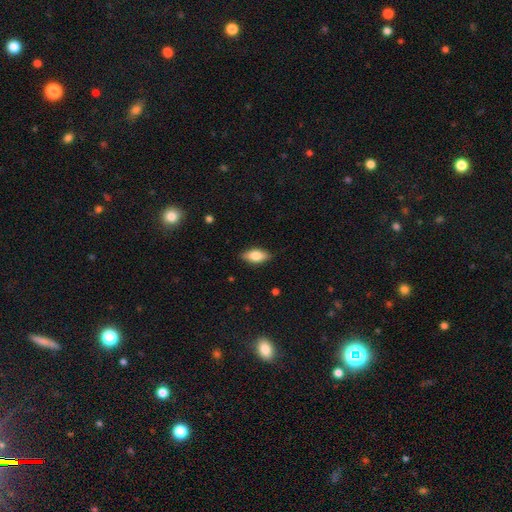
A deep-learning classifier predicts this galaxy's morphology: The model was most divided on "smooth or featured": smooth: 76%, featured or disk: 17%, star or artifact: 7%. More confident: how rounded — in between (87%); merging — none (87%).